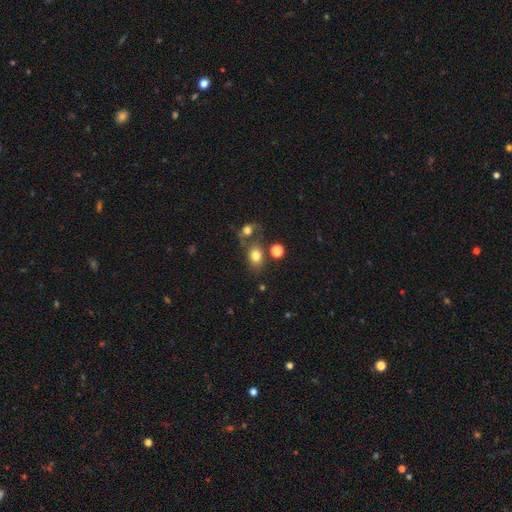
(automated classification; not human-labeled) The model was most divided on "how rounded": in between: 56%, round: 43%, cigar-shaped: 1%. More confident: smooth or featured — smooth (77%); merging — none (52%).